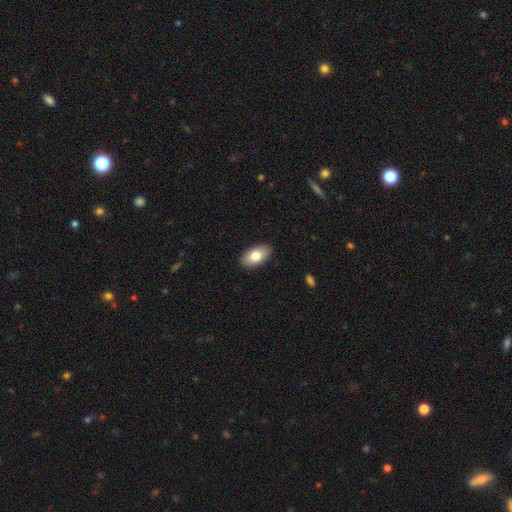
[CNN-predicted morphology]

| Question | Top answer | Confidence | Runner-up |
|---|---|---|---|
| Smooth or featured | smooth | 80% | featured or disk (14%) |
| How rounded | in between | 94% | round (3%) |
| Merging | none | 90% | minor disturbance (8%) |